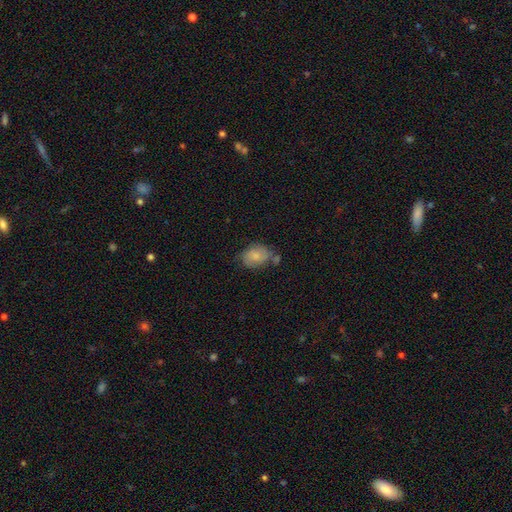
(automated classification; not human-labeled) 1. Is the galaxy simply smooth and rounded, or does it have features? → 69% smooth, 23% featured or disk, 8% star or artifact.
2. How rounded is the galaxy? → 67% in between, 32% round, 1% cigar-shaped.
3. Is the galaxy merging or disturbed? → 49% none, 28% minor disturbance, 13% merger, 10% major disturbance.